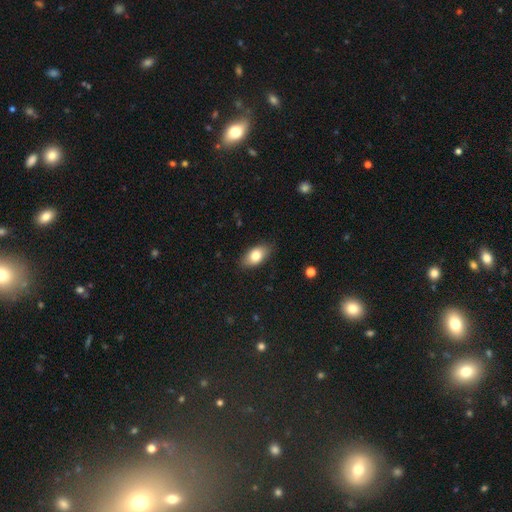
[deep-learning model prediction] This is clearly a smooth galaxy (80%). How rounded: clearly in between (91%). Merging: clearly none (84%).